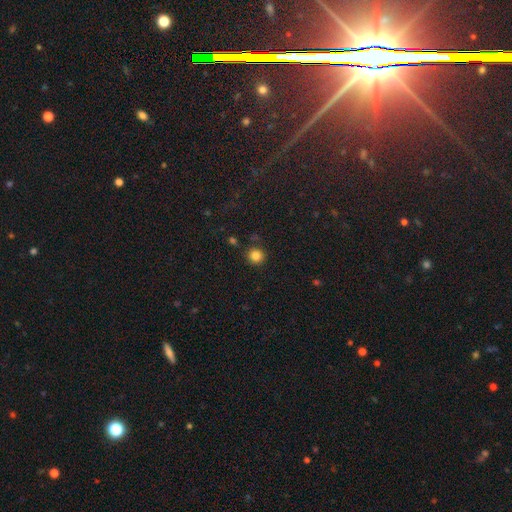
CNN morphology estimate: smooth-or-featured: smooth: 83% | star or artifact: 12% | featured or disk: 5%
  how-rounded: round: 93% | in between: 6% | cigar-shaped: 1%
  merging: none: 89% | minor disturbance: 6% | merger: 3% | major disturbance: 2%